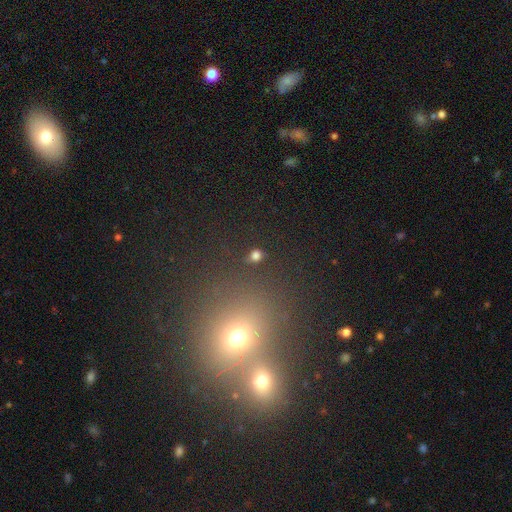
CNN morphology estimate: A smooth galaxy with no disk features (74%) that is round (56%). Merging: none (73%).